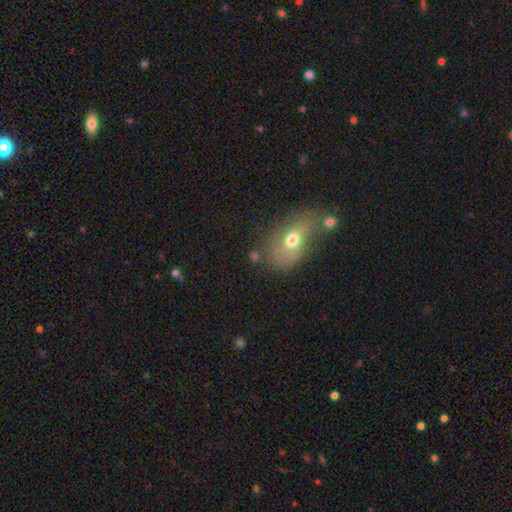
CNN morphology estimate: A smooth galaxy with no disk features (55%) that is in between round and cigar-shaped (71%).

Vote fractions:
- Smooth or featured? smooth: 55% / featured or disk: 28% / star or artifact: 16%
- How rounded? in between: 71% / round: 25% / cigar-shaped: 4%
- Merging? none: 47% / merger: 20% / minor disturbance: 19% / major disturbance: 13%